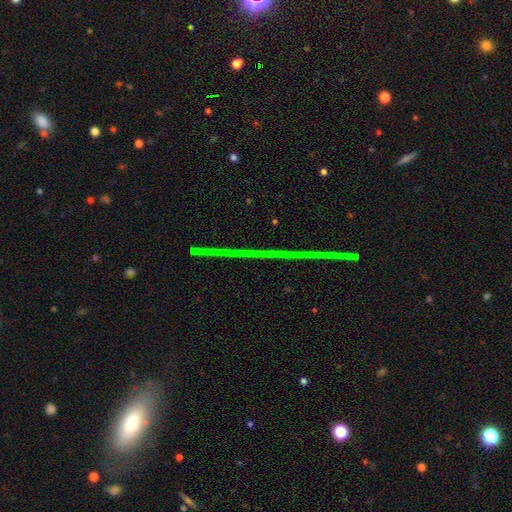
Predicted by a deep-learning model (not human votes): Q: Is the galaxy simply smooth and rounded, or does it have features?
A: star or artifact — 80%.